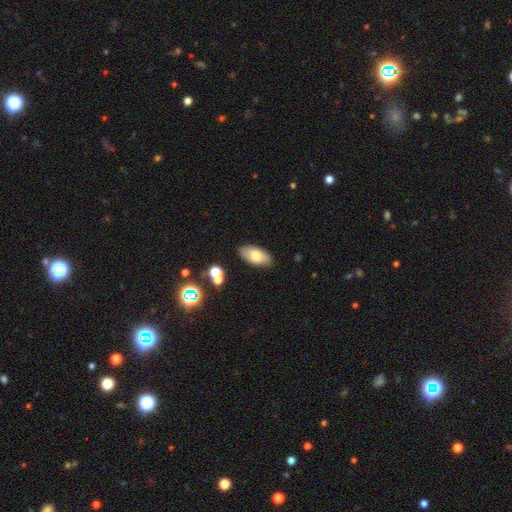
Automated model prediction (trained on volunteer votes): Smooth or featured: smooth — 75% (featured or disk — 18%)
How rounded: in between — 93% (cigar-shaped — 4%)
Merging: none — 85% (minor disturbance — 11%)